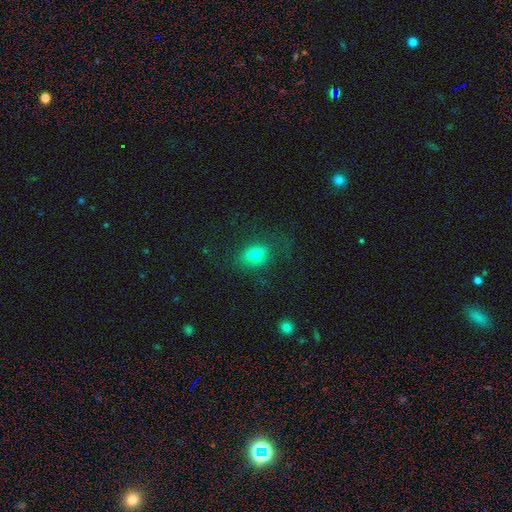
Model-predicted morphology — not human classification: smooth-or-featured: smooth: 73% | featured or disk: 14% | star or artifact: 13%
  how-rounded: in between: 69% | round: 29% | cigar-shaped: 2%
  merging: none: 69% | minor disturbance: 18% | major disturbance: 12% | merger: 2%